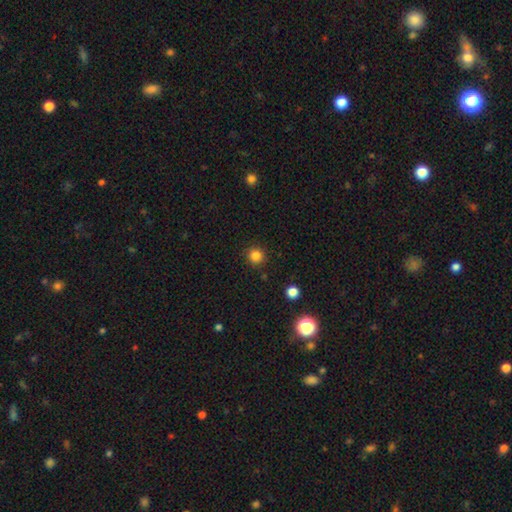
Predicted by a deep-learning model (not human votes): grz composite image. It shows a smooth galaxy with no disk features (84%) that is round (94%). Merging: none (90%).